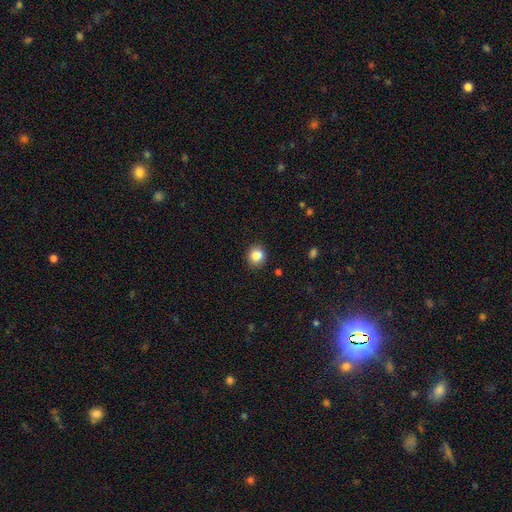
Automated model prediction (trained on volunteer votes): Smooth or featured?
  - smooth: 86% *
  - star or artifact: 10%
  - featured or disk: 4%
How rounded?
  - round: 83% *
  - in between: 16%
  - cigar-shaped: 1%
Merging?
  - none: 87% *
  - minor disturbance: 9%
  - major disturbance: 2%
  - merger: 1%